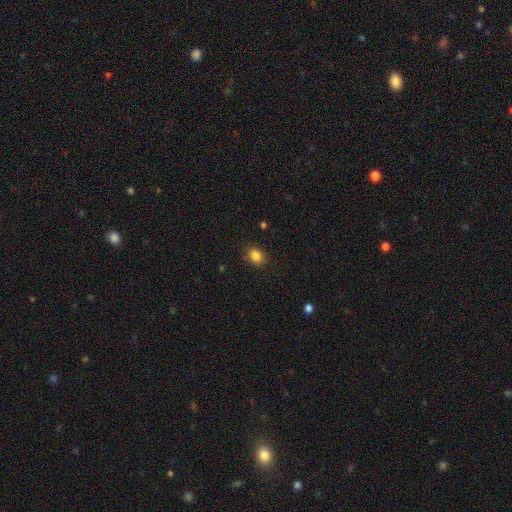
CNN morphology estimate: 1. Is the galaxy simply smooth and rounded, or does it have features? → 85% smooth, 10% star or artifact, 5% featured or disk.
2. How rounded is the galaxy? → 57% in between, 42% round, 1% cigar-shaped.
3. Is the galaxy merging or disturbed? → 85% none, 11% minor disturbance, 3% major disturbance, 1% merger.